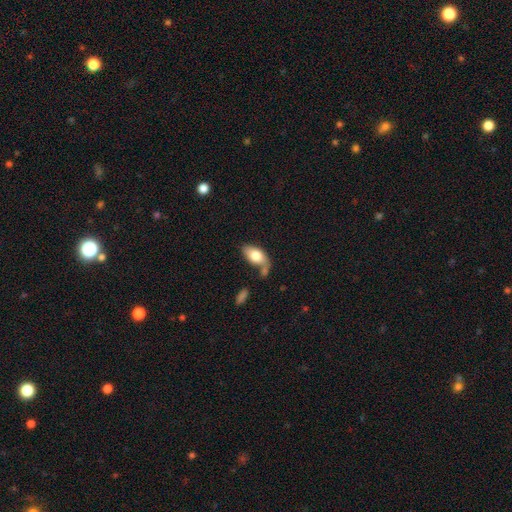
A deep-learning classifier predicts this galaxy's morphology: smooth_or_featured: smooth (p=0.75) [alt: featured or disk p=0.19]
how_rounded: in between (p=0.92) [alt: round p=0.05]
merging: none (p=0.44) [alt: minor disturbance p=0.23]